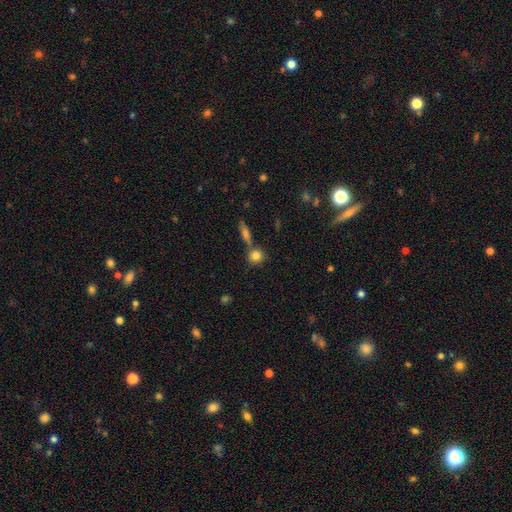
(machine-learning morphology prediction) The model was most divided on "merging": none: 66%, merger: 21%, minor disturbance: 10%, major disturbance: 3%. More confident: how rounded — round (83%); smooth or featured — smooth (81%).